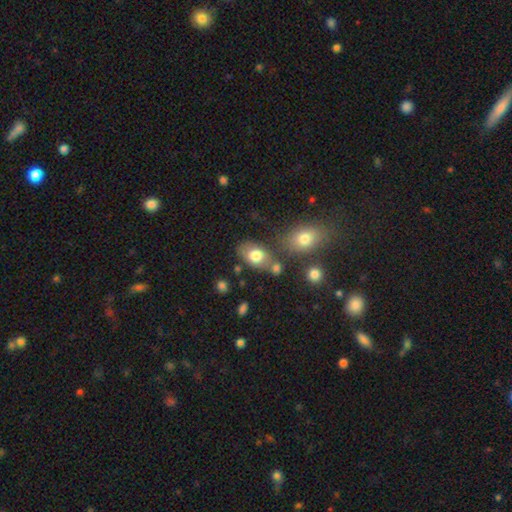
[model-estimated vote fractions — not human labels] Q: Smooth or featured?
A: smooth (75%); runner-up: featured or disk (16%)
Q: How rounded?
A: in between (84%); runner-up: round (14%)
Q: Merging?
A: none (60%); runner-up: merger (17%)